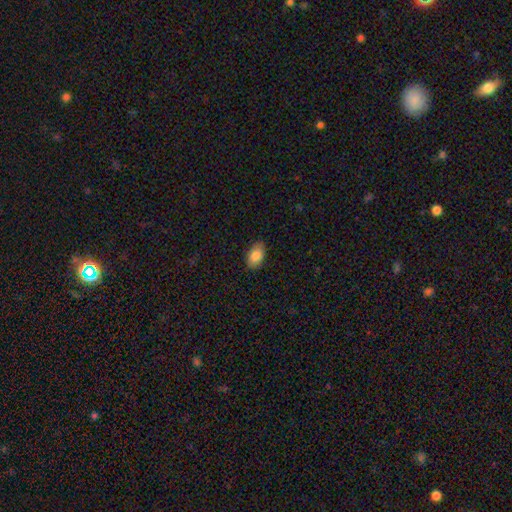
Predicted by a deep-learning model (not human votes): Smooth or featured: smooth — 85% (featured or disk — 8%)
How rounded: in between — 92% (round — 6%)
Merging: none — 86% (minor disturbance — 11%)